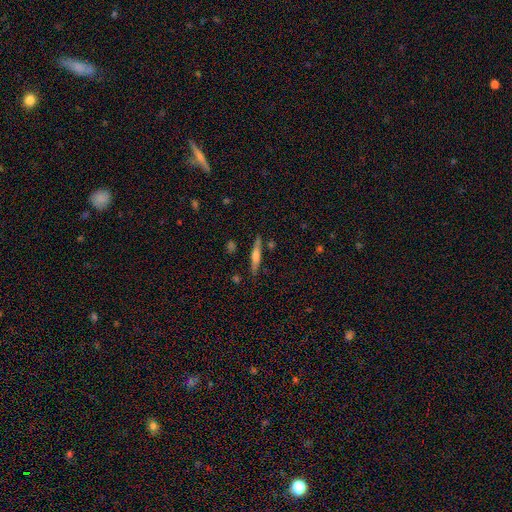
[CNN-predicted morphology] type=featured or disk (53%); edge-on=yes (96%); edge-on bulge=rounded (69%); merging=none (85%).